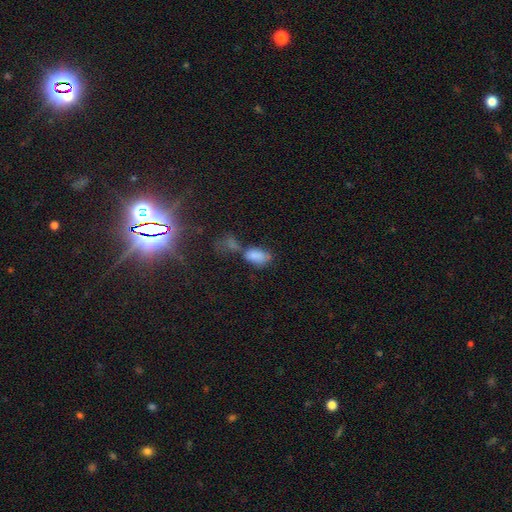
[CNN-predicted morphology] type=smooth (77%); roundness=in between (90%); merging=merger (42%).